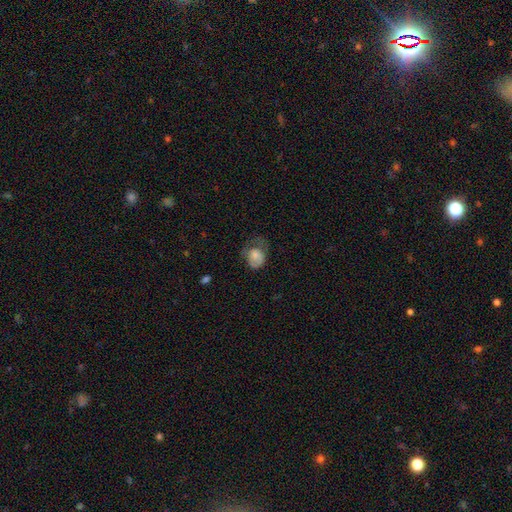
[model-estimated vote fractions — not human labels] Overall: smooth (66%; featured or disk 26%). How rounded: in between (51%; round 48%). Merging: major disturbance (43%; none 28%).